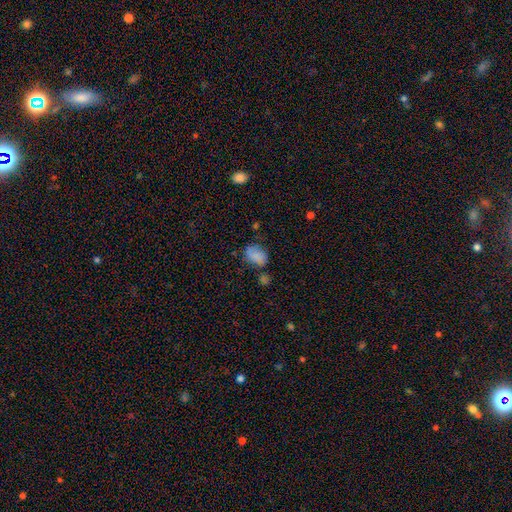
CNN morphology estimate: This is likely a smooth galaxy (78%). How rounded: likely in between (77%). Merging: possibly none (52%).